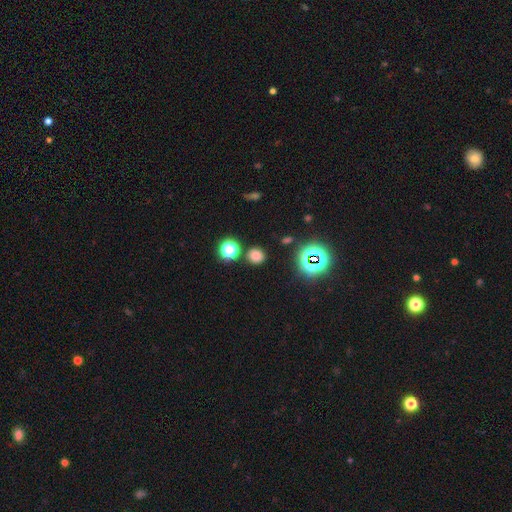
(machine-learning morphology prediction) Smooth or featured?
  - smooth: 71% *
  - star or artifact: 23%
  - featured or disk: 5%
How rounded?
  - round: 89% *
  - in between: 10%
  - cigar-shaped: 1%
Merging?
  - none: 85% *
  - minor disturbance: 7%
  - merger: 5%
  - major disturbance: 3%